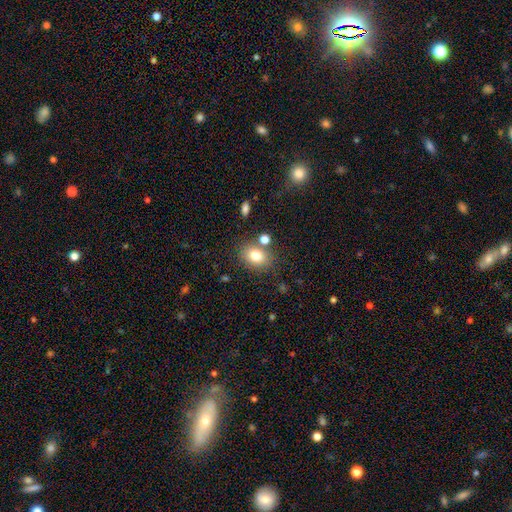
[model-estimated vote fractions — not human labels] smooth-or-featured: smooth: 79% | featured or disk: 11% | star or artifact: 11%
  how-rounded: in between: 64% | round: 35% | cigar-shaped: 1%
  merging: none: 73% | minor disturbance: 12% | merger: 11% | major disturbance: 4%